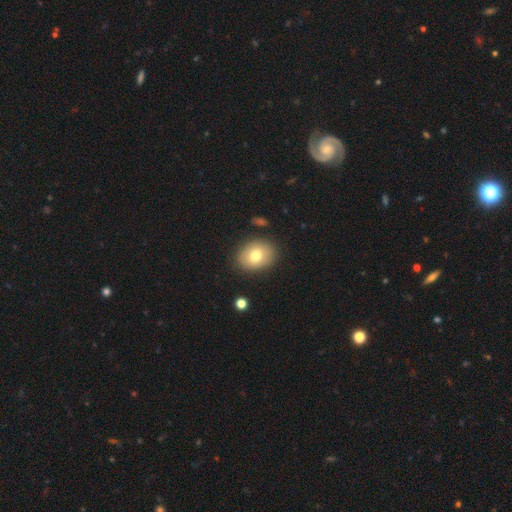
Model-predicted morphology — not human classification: type=smooth (76%); roundness=in between (60%); merging=none (85%).